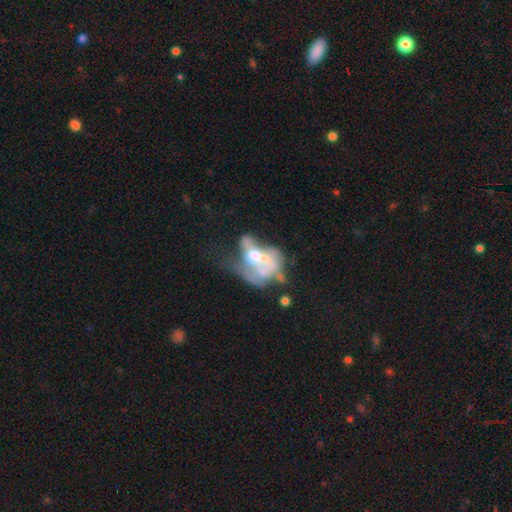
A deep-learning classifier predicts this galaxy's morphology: featured or disk 60%, smooth 28%, star or artifact 12%. Down the decision tree: edge-on disk — no (97%); bar — no (88%); spiral arms — no (89%); bulge size — moderate (49%); merging — merger (49%).